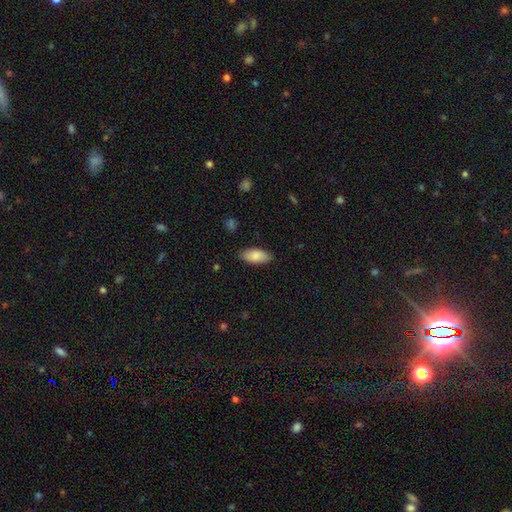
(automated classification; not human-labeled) This appears to be a smooth galaxy with no disk features (86%) that is in between round and cigar-shaped (88%). Merging: none (85%).